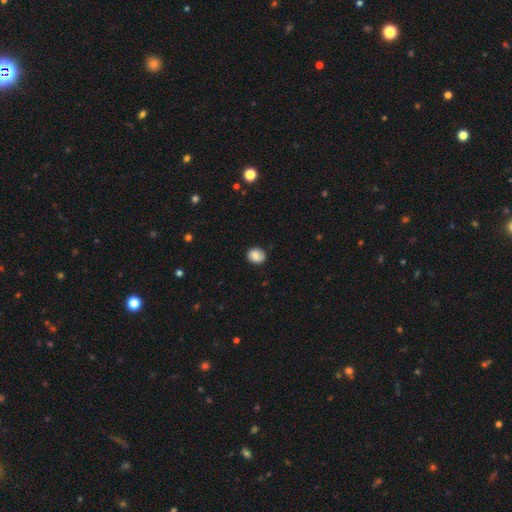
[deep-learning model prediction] smooth 78%, featured or disk 14%, star or artifact 8%. Down the decision tree: how rounded — round (71%); merging — none (84%).